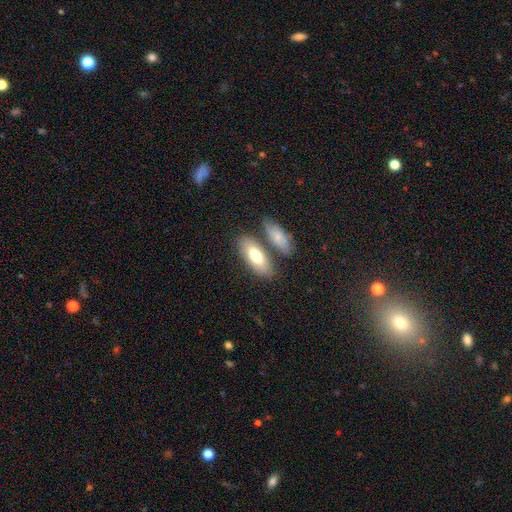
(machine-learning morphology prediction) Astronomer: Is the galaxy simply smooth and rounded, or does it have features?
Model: smooth — 72%.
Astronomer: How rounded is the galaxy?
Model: in between — 79%.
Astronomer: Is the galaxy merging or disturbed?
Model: none — 67%.